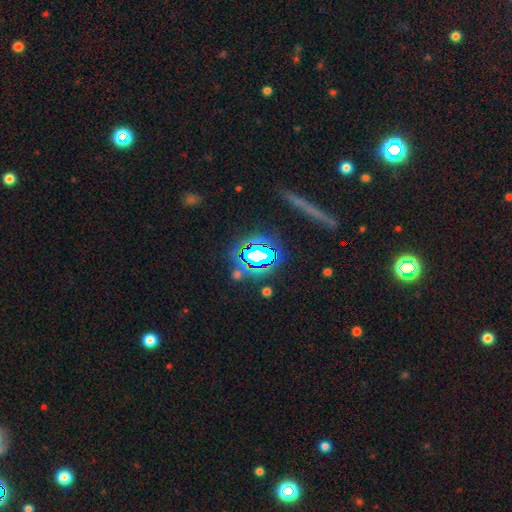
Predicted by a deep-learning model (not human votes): smooth-or-featured: star or artifact: 66% | smooth: 19% | featured or disk: 15%